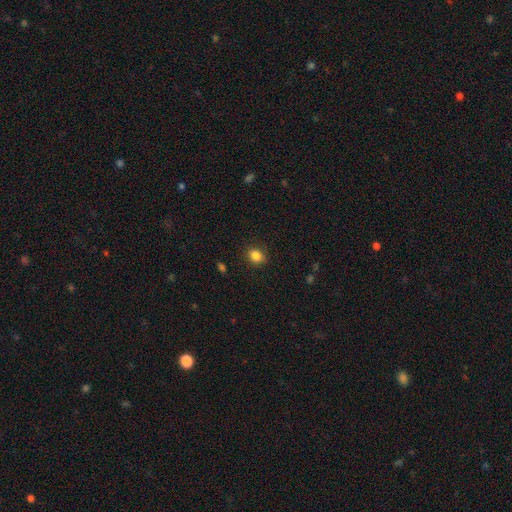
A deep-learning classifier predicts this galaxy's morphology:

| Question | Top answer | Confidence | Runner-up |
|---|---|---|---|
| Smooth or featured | smooth | 85% | star or artifact (11%) |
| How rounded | round | 61% | in between (38%) |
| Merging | none | 89% | minor disturbance (8%) |